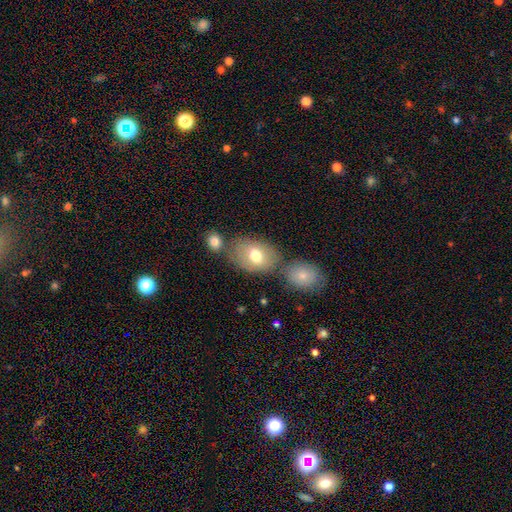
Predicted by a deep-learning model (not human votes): This appears to be a smooth galaxy with no disk features (73%) that is in between round and cigar-shaped (74%). Merging: none (56%).